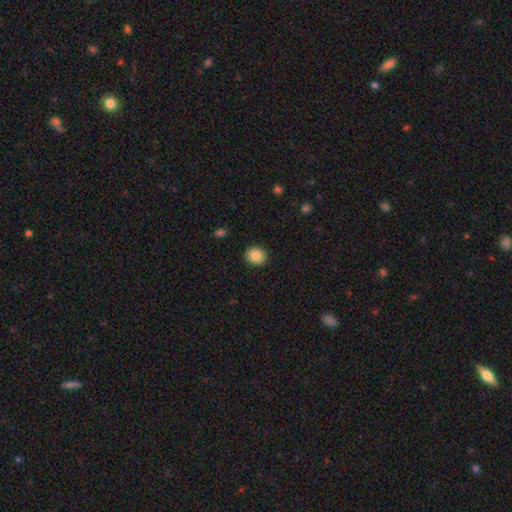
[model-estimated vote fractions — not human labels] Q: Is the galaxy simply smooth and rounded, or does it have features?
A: smooth — 84%.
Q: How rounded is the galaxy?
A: round — 80%.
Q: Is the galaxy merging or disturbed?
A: none — 91%.